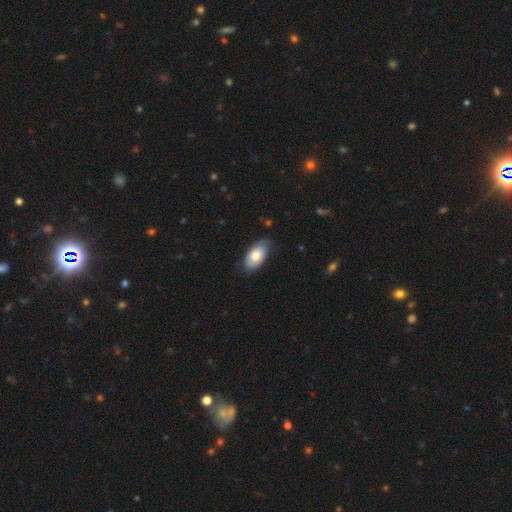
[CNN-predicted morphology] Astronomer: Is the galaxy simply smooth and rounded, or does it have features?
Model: smooth — 74%.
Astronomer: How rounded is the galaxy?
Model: in between — 94%.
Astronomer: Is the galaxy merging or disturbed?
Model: none — 72%.